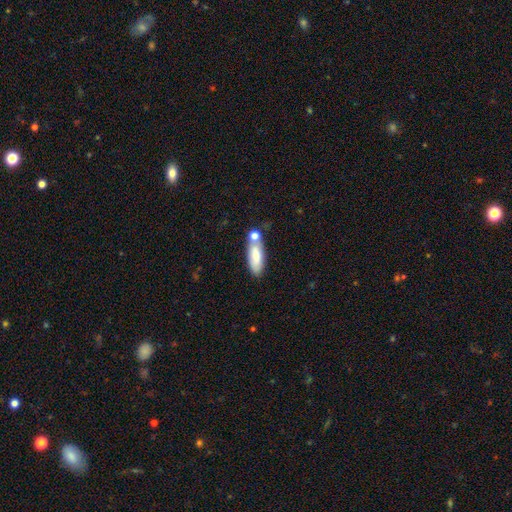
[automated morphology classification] type=smooth (76%); roundness=in between (64%); merging=none (51%).